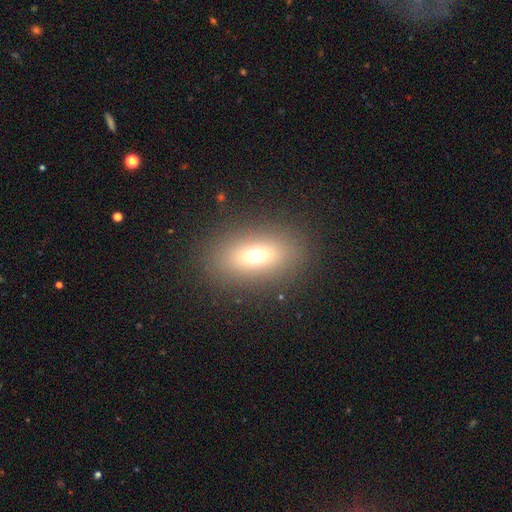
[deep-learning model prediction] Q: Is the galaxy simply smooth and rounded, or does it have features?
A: smooth — 65%.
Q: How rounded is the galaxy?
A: in between — 77%.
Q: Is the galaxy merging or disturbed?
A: none — 85%.